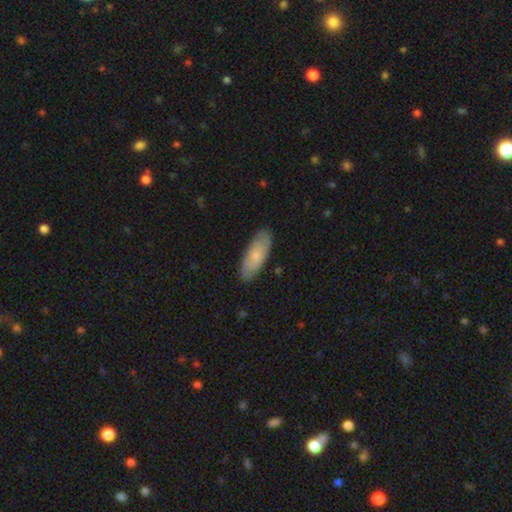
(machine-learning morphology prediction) type=smooth (65%); roundness=in between (75%); merging=none (84%).